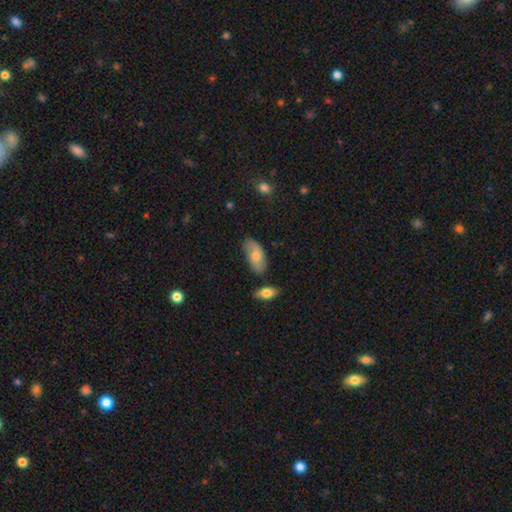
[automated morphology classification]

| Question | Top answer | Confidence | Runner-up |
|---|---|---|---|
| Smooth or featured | smooth | 57% | featured or disk (36%) |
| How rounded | in between | 91% | cigar-shaped (5%) |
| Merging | none | 72% | minor disturbance (20%) |